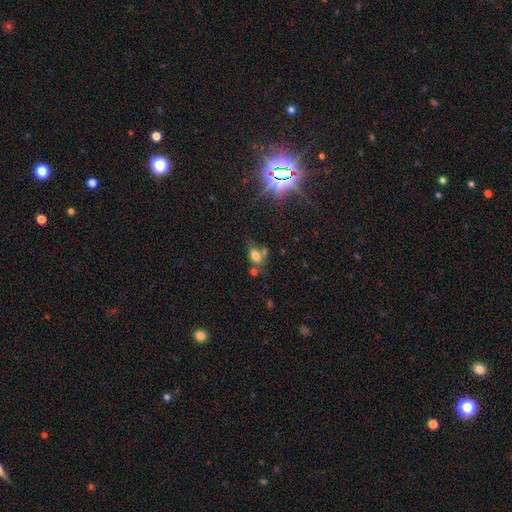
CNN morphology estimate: Smooth or featured? Predicted: smooth (p=0.69). How rounded? Predicted: in between (p=0.79). Merging? Predicted: none (p=0.47).